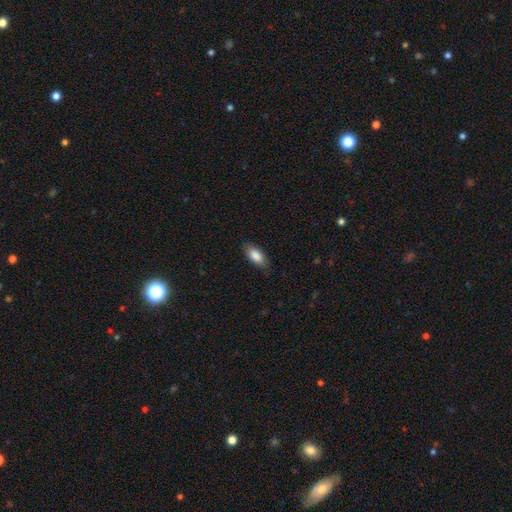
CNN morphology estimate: Smooth or featured?
  - smooth: 86% *
  - featured or disk: 8%
  - star or artifact: 6%
How rounded?
  - in between: 87% *
  - cigar-shaped: 11%
  - round: 2%
Merging?
  - none: 84% *
  - minor disturbance: 12%
  - major disturbance: 3%
  - merger: 1%